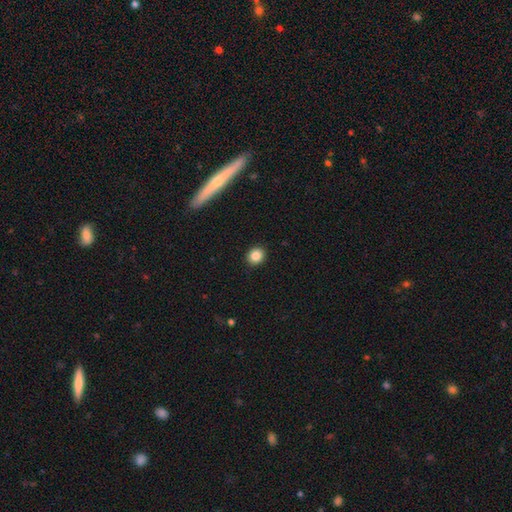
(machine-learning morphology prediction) type=smooth (86%); roundness=round (81%); merging=none (92%).